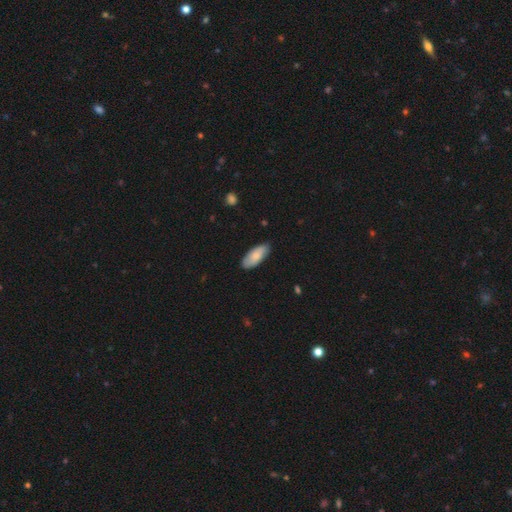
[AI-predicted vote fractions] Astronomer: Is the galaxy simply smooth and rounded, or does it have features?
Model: smooth — 79%.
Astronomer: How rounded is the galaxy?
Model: in between — 85%.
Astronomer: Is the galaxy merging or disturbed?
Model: none — 84%.